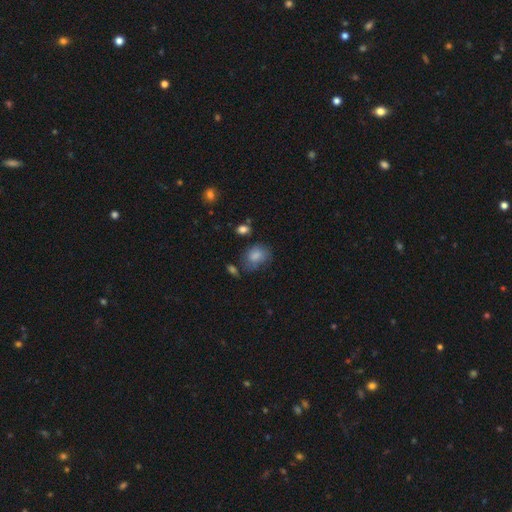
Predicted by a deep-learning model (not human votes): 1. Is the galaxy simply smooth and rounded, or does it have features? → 80% smooth, 11% featured or disk, 9% star or artifact.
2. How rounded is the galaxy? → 62% in between, 37% round, 1% cigar-shaped.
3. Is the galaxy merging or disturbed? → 54% none, 28% minor disturbance, 12% major disturbance, 6% merger.